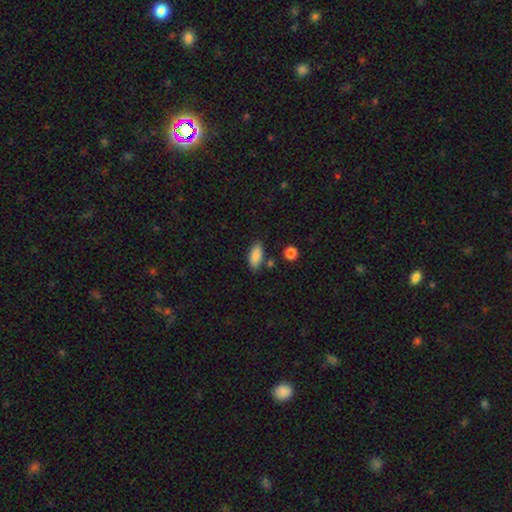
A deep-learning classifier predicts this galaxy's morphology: Overall: smooth (87%). How rounded: in between (85%). Merging: none (81%).